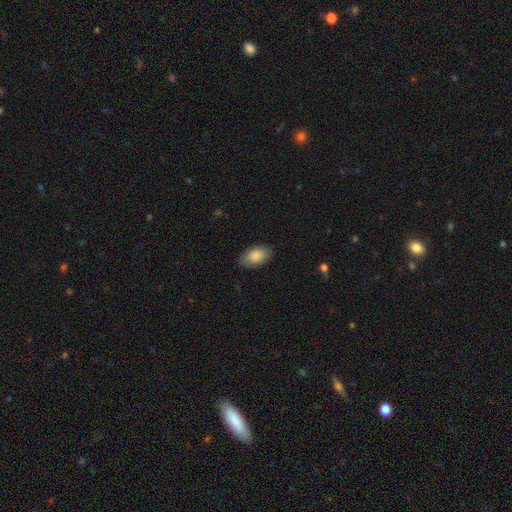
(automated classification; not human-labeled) Smooth or featured? Predicted: smooth (p=0.86). How rounded? Predicted: in between (p=0.93). Merging? Predicted: none (p=0.83).